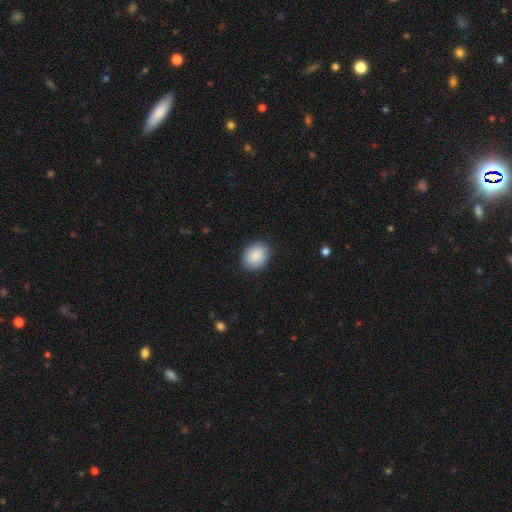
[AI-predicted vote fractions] This appears to be a smooth galaxy with no disk features (90%) that is round (51%). Merging: none (87%).